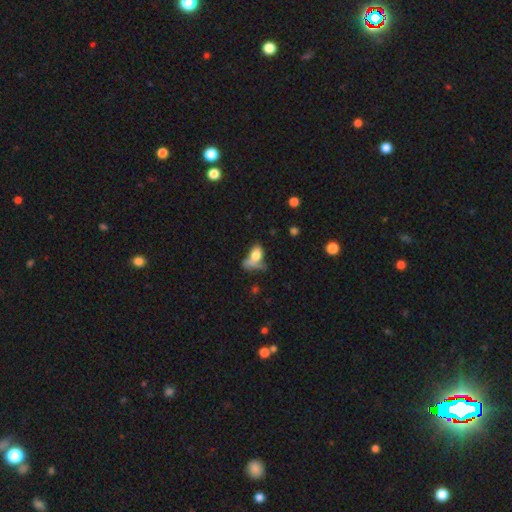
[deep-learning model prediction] smooth 70%, featured or disk 18%, star or artifact 11%. Down the decision tree: how rounded — in between (79%); merging — merger (31%).